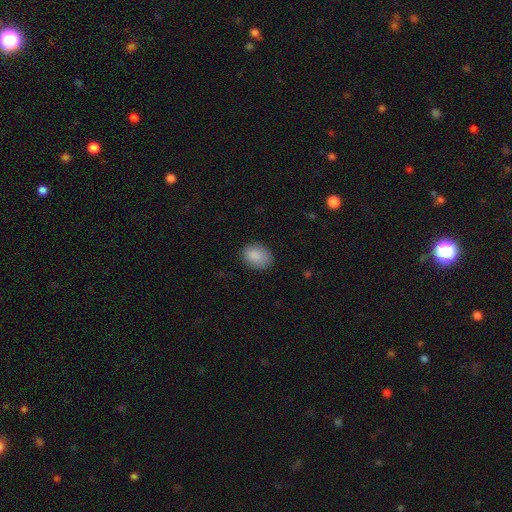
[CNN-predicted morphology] This appears to be a smooth galaxy with no disk features (88%) that is in between round and cigar-shaped (64%). Merging: none (82%).